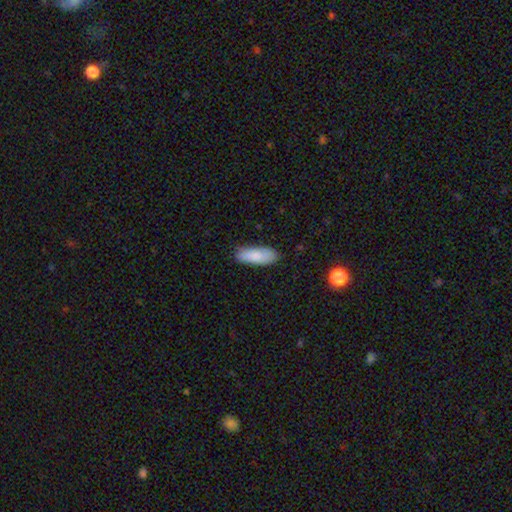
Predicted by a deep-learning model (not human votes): The model was most divided on "how rounded": in between: 71%, cigar-shaped: 28%, round: 2%. More confident: smooth or featured — smooth (85%); merging — none (82%).